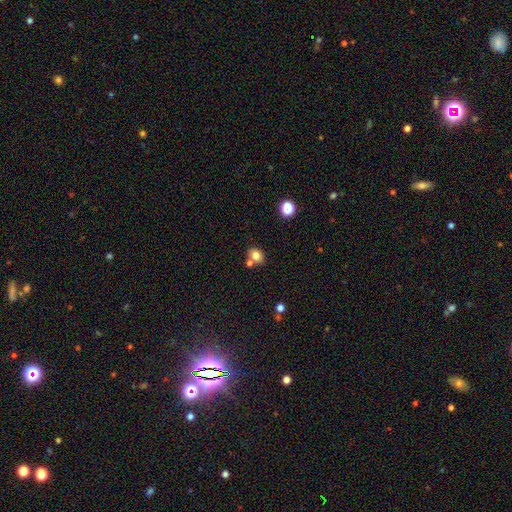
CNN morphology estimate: A smooth galaxy with no disk features (78%) that is in between round and cigar-shaped (50%).

Vote fractions:
- Smooth or featured? smooth: 78% / star or artifact: 12% / featured or disk: 10%
- How rounded? in between: 50% / round: 49% / cigar-shaped: 1%
- Merging? none: 63% / merger: 23% / minor disturbance: 11% / major disturbance: 3%